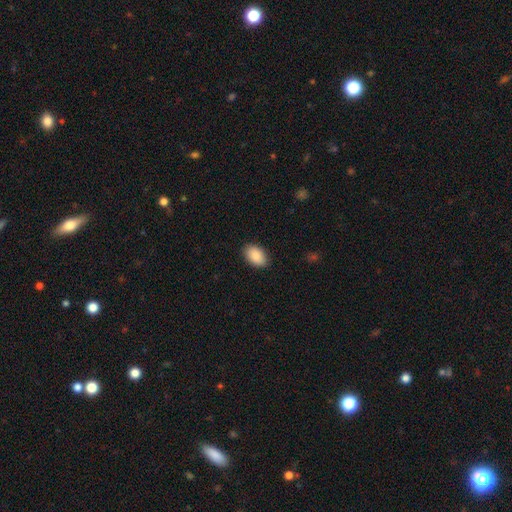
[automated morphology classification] This appears to be a smooth galaxy with no disk features (90%) that is in between round and cigar-shaped (92%). Merging: none (88%).